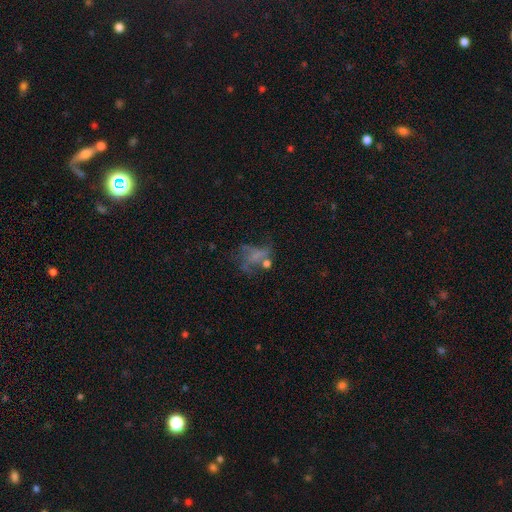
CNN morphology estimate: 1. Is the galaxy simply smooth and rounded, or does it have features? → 48% featured or disk, 31% smooth, 21% star or artifact.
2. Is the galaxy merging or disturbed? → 38% major disturbance, 36% none, 17% minor disturbance, 9% merger.